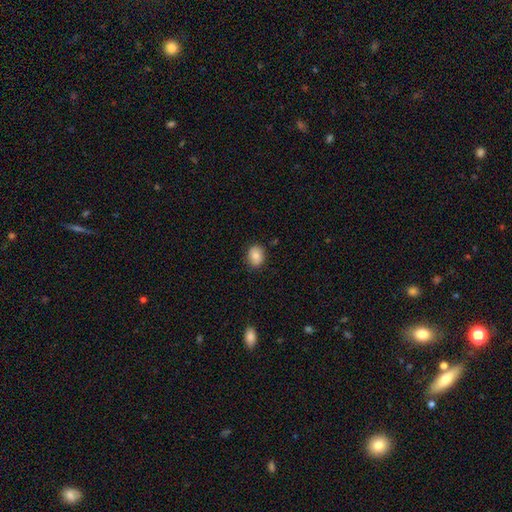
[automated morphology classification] Smooth or featured? smooth (85%)
How rounded? in between (55%)
Merging? none (86%)